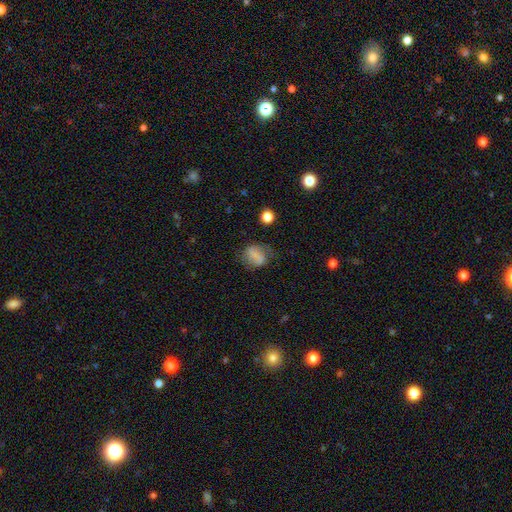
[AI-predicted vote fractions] This appears to be a smooth galaxy with no disk features (60%) that is in between round and cigar-shaped (51%). Merging: none (58%).